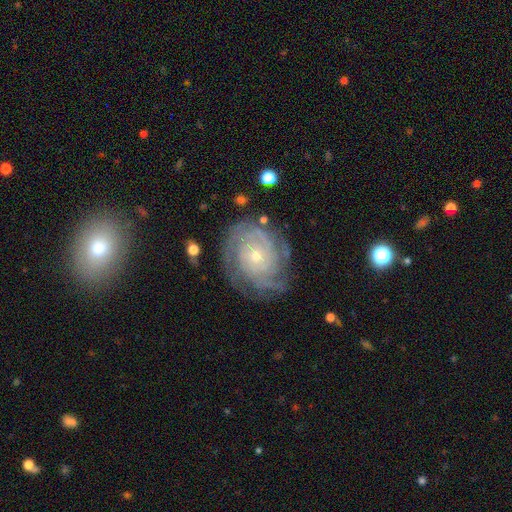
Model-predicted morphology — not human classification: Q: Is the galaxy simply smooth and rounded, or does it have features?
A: featured or disk — 88%.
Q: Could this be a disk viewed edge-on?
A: no — 97%.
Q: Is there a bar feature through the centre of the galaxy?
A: no — 81%.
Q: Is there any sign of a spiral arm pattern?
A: yes — 97%.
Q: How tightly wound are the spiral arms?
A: tight — 79%.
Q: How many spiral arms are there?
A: can't tell — 28%.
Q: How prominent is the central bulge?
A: small — 72%.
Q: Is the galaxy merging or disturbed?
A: none — 77%.